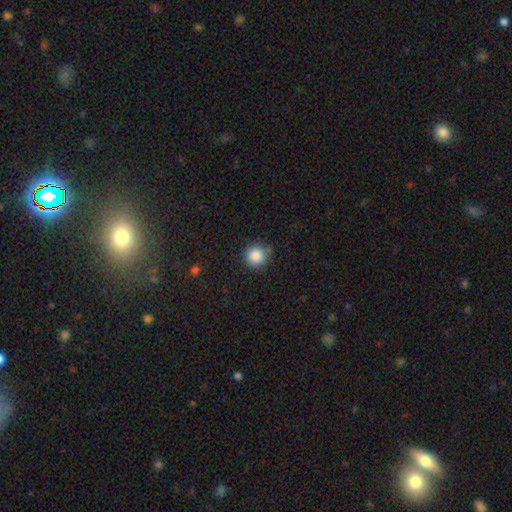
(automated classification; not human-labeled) Smooth or featured: smooth — 87% (star or artifact — 10%)
How rounded: round — 94% (in between — 5%)
Merging: none — 84% (minor disturbance — 10%)